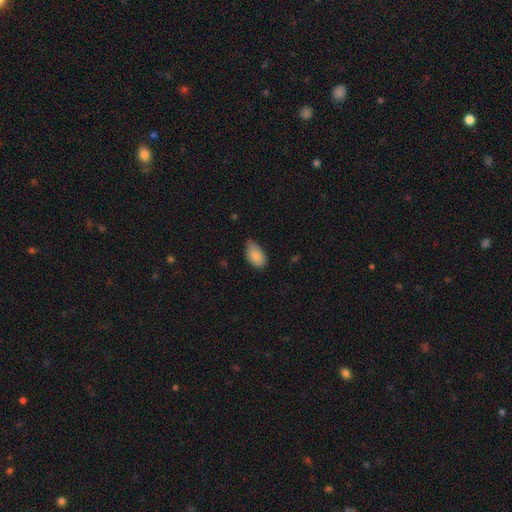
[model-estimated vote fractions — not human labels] A smooth galaxy with no disk features (85%) that is in between round and cigar-shaped (93%). Merging: none (62%).